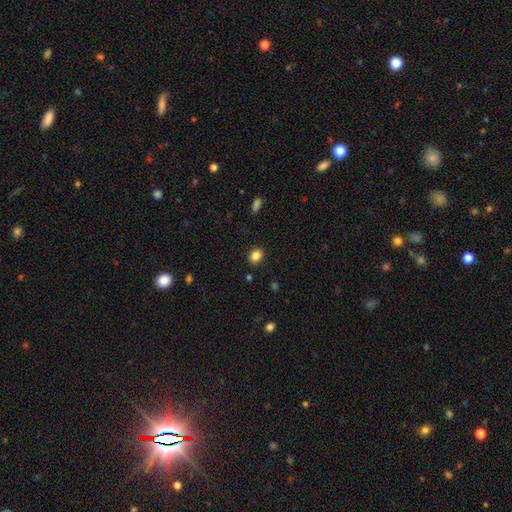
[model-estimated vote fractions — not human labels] Smooth or featured? Predicted: smooth (p=0.84). How rounded? Predicted: round (p=0.59). Merging? Predicted: none (p=0.89).